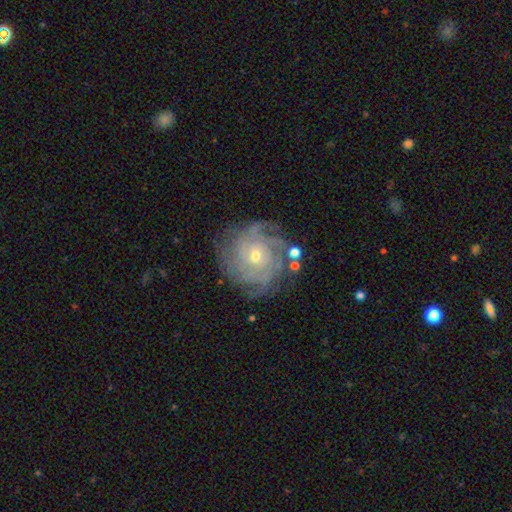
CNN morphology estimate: Overall: featured or disk (85%). Edge-on disk: no (97%). Bar: no (76%). Spiral arms: yes (96%). Spiral arm count: can't tell (30%; 4 24%). Spiral winding: tight (75%). Bulge size: small (56%; moderate 41%). Merging: none (76%).